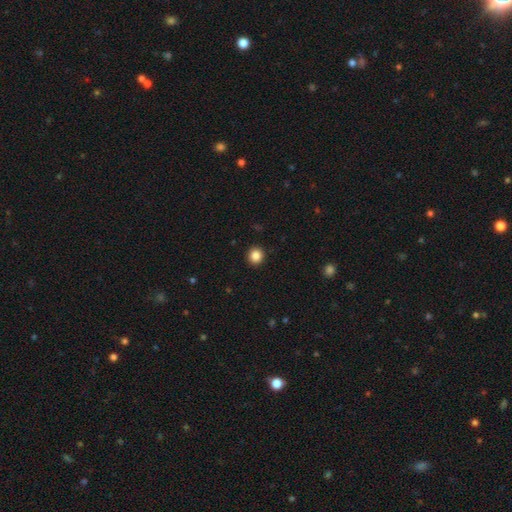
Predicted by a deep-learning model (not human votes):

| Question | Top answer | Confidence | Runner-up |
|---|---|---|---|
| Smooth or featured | smooth | 86% | star or artifact (10%) |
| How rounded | round | 91% | in between (8%) |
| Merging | none | 93% | minor disturbance (5%) |